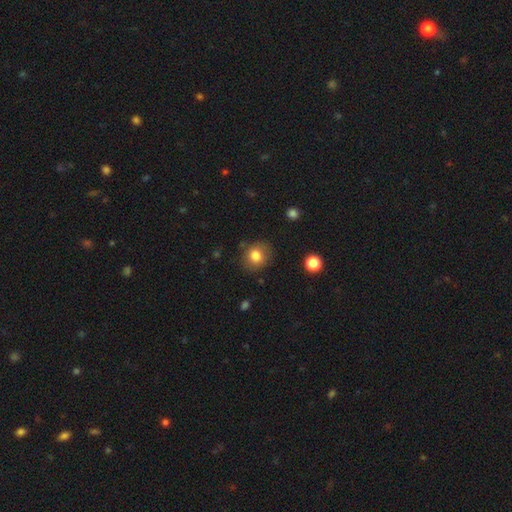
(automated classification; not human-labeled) Q: Smooth or featured?
A: smooth (81%); runner-up: star or artifact (10%)
Q: How rounded?
A: round (75%); runner-up: in between (24%)
Q: Merging?
A: none (80%); runner-up: minor disturbance (14%)